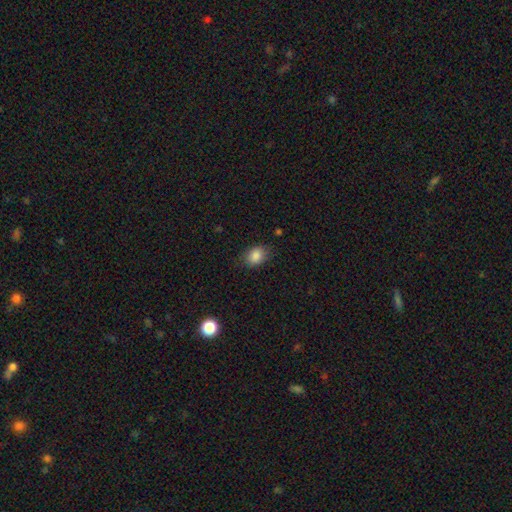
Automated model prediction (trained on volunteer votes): smooth 86%, star or artifact 9%, featured or disk 5%. Down the decision tree: how rounded — in between (69%); merging — none (78%).